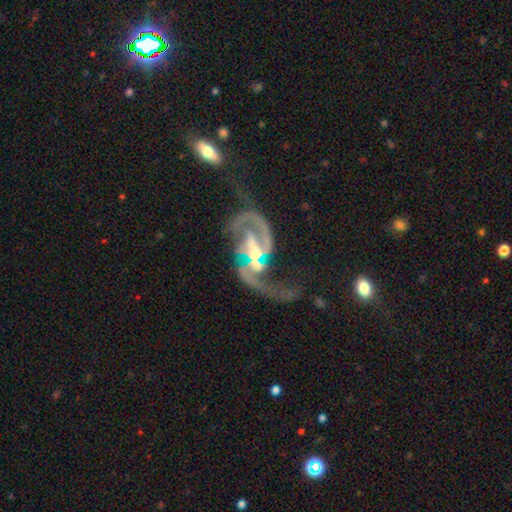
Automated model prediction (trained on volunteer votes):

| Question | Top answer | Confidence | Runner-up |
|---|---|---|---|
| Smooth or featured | featured or disk | 88% | star or artifact (6%) |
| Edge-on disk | no | 97% | yes (3%) |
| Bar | weak | 41% | strong (36%) |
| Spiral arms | yes | 94% | no (6%) |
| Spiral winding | loose | 50% | medium (38%) |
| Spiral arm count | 2 | 75% | 1 (9%) |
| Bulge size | moderate | 43% | small (38%) |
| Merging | major disturbance | 38% | none (27%) |